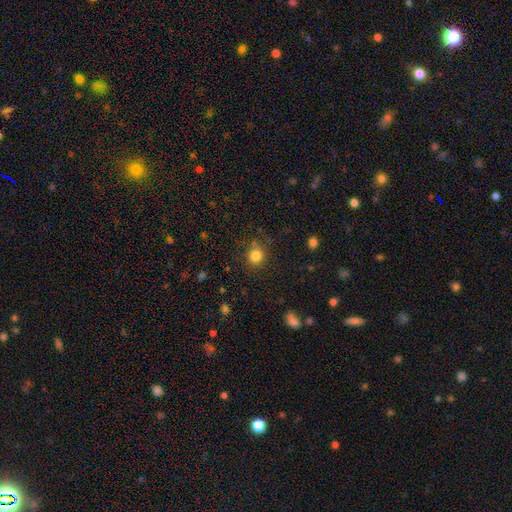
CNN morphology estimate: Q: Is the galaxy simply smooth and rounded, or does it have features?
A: smooth — 82%.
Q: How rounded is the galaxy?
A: round — 87%.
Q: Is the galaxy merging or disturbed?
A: none — 82%.